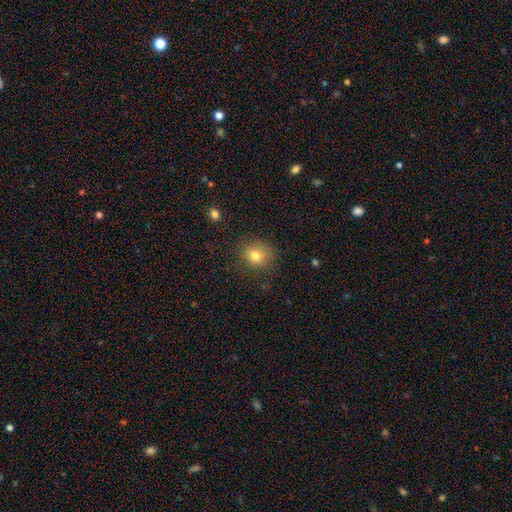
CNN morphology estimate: Smooth or featured? smooth (77%)
How rounded? round (72%)
Merging? none (80%)